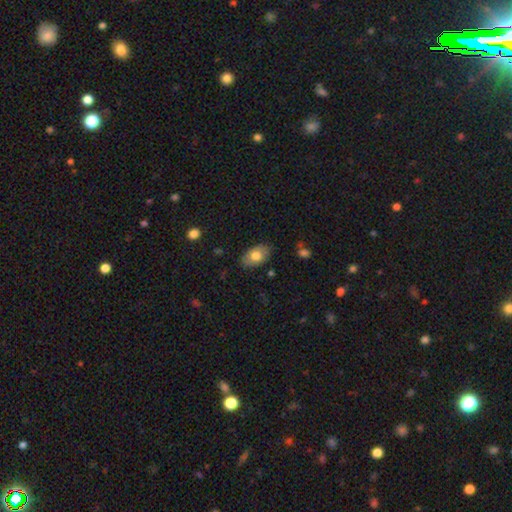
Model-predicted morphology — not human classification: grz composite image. It shows a smooth galaxy with no disk features (73%) that is in between round and cigar-shaped (90%). Merging: none (83%).